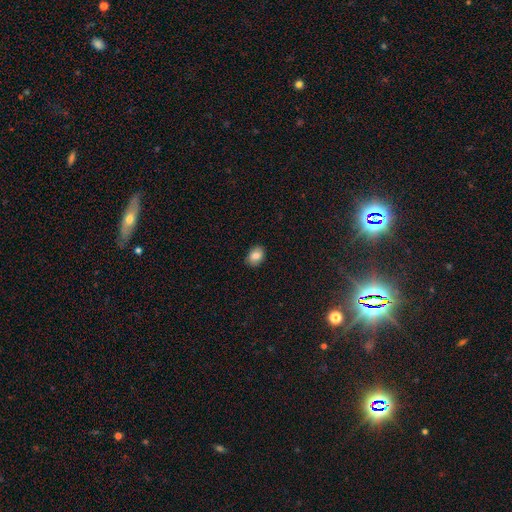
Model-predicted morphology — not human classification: Smooth or featured? smooth (82%)
How rounded? in between (66%)
Merging? none (87%)